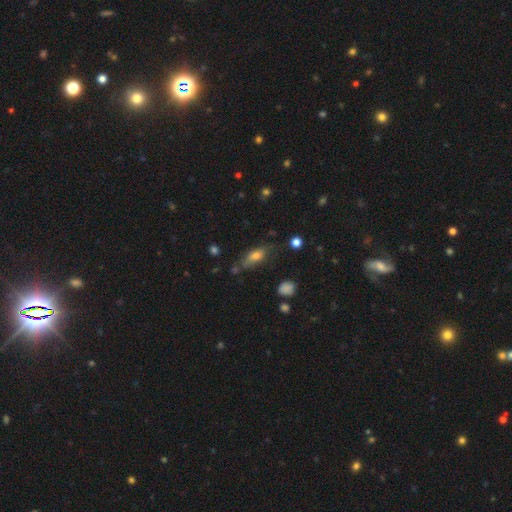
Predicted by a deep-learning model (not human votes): smooth-or-featured: smooth: 67% | featured or disk: 23% | star or artifact: 10%
  how-rounded: in between: 70% | cigar-shaped: 25% | round: 5%
  merging: none: 58% | minor disturbance: 27% | major disturbance: 9% | merger: 6%